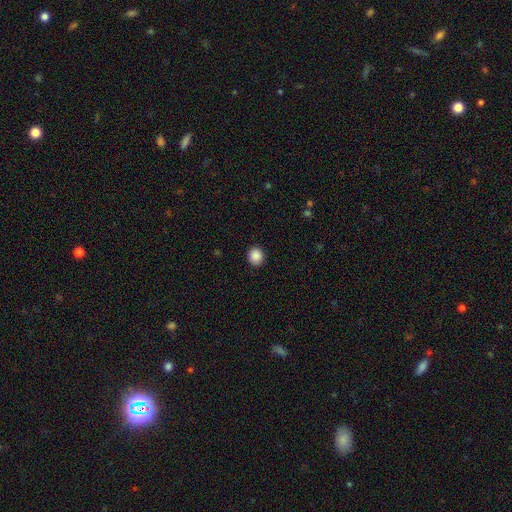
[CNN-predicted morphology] Overall: smooth (89%). How rounded: round (84%). Merging: none (91%).